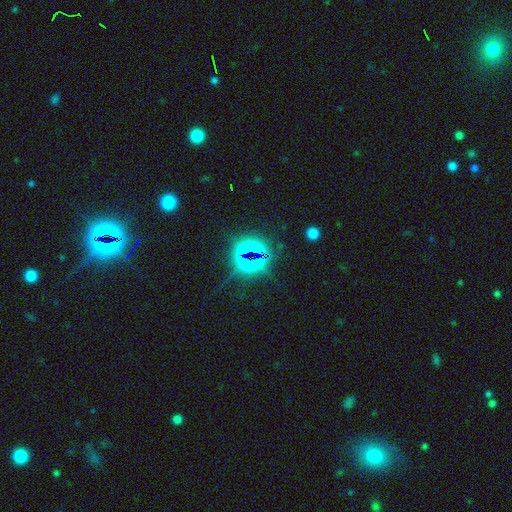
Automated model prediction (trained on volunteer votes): This appears to be a star or artifact, not a galaxy (71%).